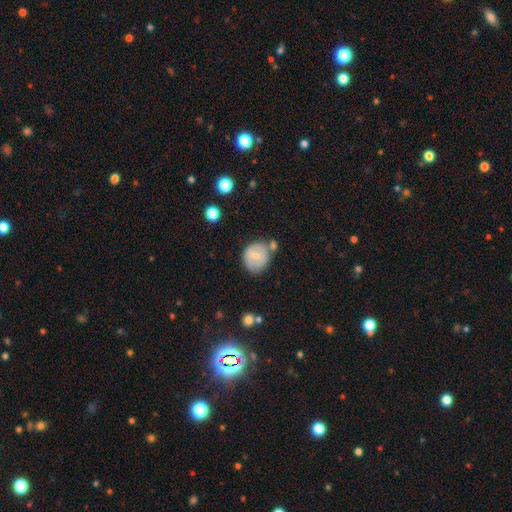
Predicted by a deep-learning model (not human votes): A smooth galaxy with no disk features (70%) that is round (76%). Merging: none (58%).